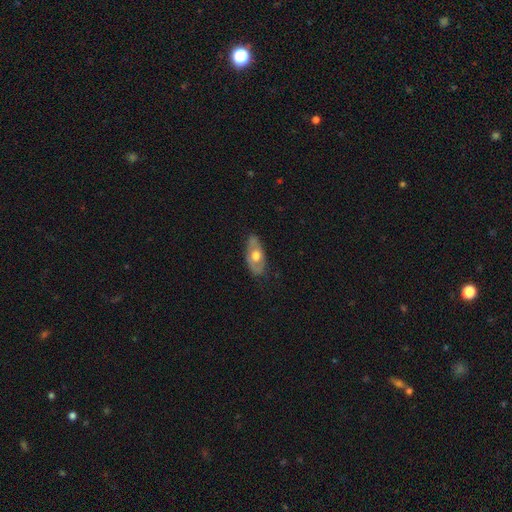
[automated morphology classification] Smooth or featured? smooth (47%, tied with featured or disk)
Merging? none (75%)